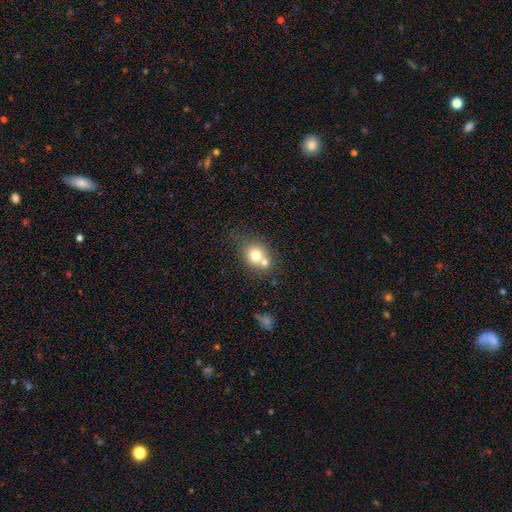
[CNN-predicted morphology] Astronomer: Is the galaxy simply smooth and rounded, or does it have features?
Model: smooth — 71%.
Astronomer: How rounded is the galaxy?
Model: round — 68%.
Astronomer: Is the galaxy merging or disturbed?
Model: merger — 45% (runner-up: none, 41%).